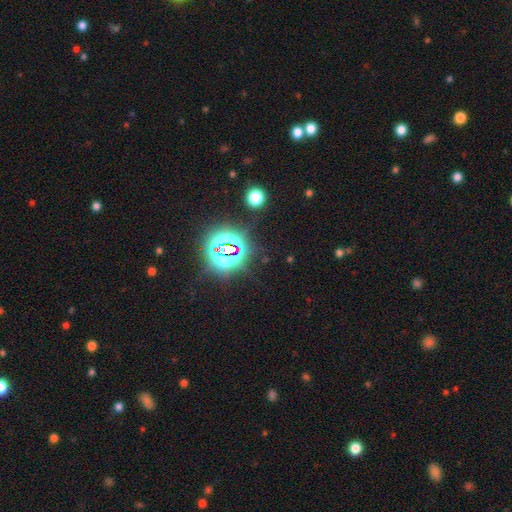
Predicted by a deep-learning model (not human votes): A star or artifact, not a galaxy (82%).